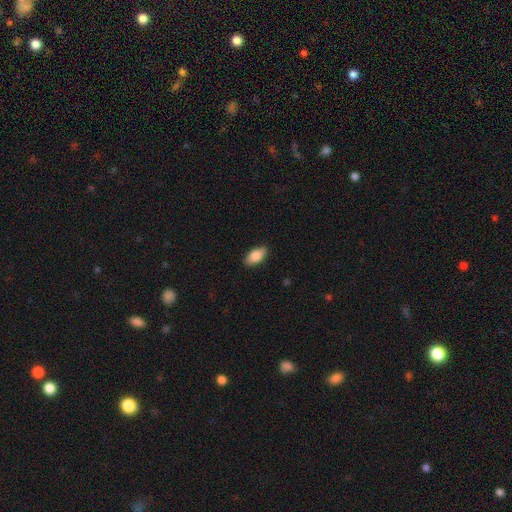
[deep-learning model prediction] Overall: smooth (83%). How rounded: in between (90%). Merging: none (88%).